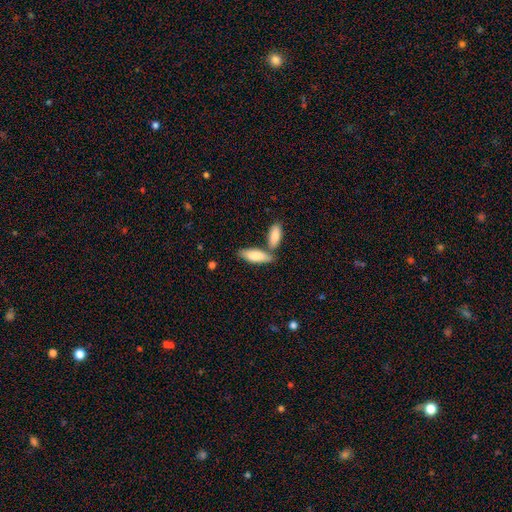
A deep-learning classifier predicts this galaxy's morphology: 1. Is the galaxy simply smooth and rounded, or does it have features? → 81% smooth, 14% featured or disk, 5% star or artifact.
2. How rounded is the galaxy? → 66% in between, 33% cigar-shaped, 2% round.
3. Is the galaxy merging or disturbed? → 55% none, 29% merger, 12% minor disturbance, 3% major disturbance.